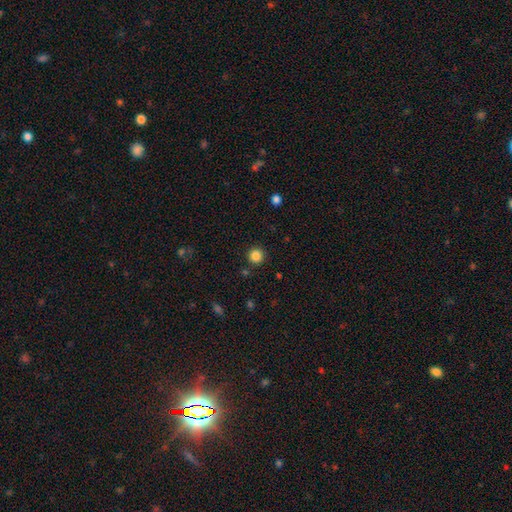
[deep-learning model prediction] smooth 85%, star or artifact 11%, featured or disk 3%. Down the decision tree: how rounded — round (95%); merging — none (90%).